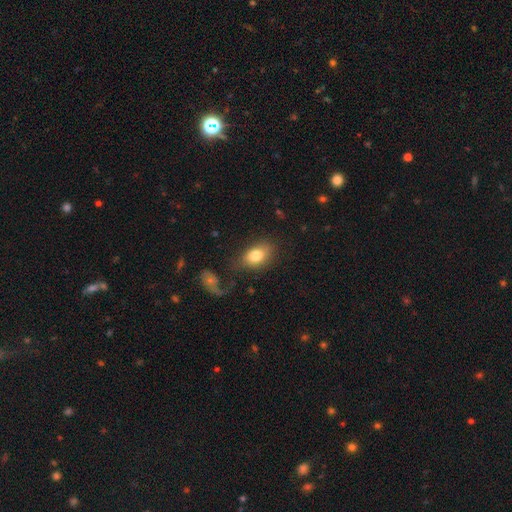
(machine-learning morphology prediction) Overall: smooth (78%). How rounded: in between (79%). Merging: none (65%).